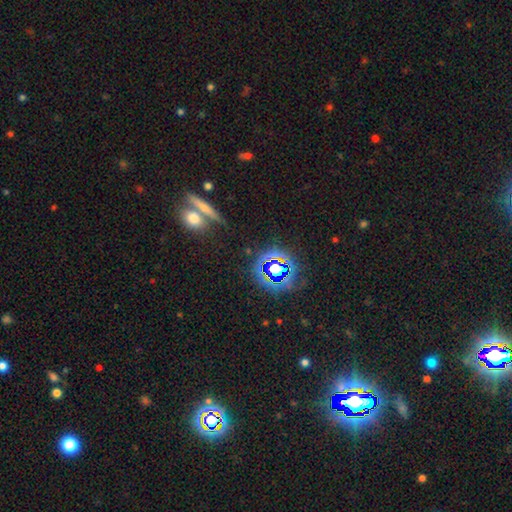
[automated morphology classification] Smooth or featured? star or artifact (71%)